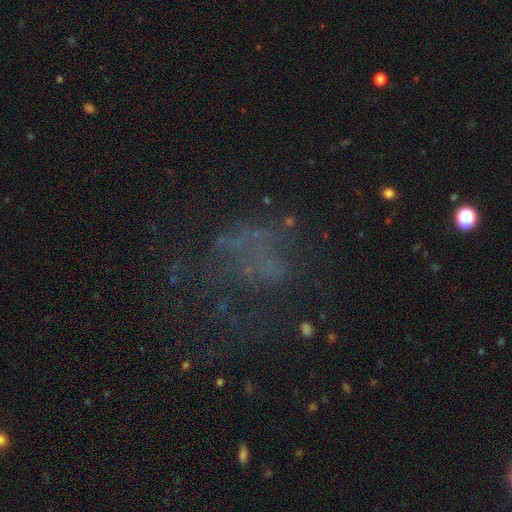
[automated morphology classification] type=featured or disk (39%); merging=none (47%).